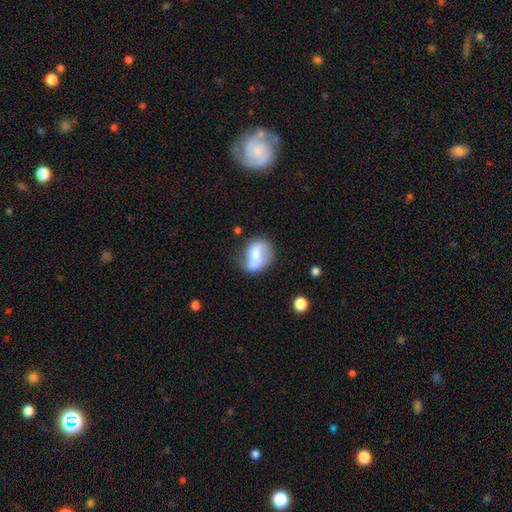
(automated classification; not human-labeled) This is possibly a smooth galaxy (50%). Merging: possibly none (47%).